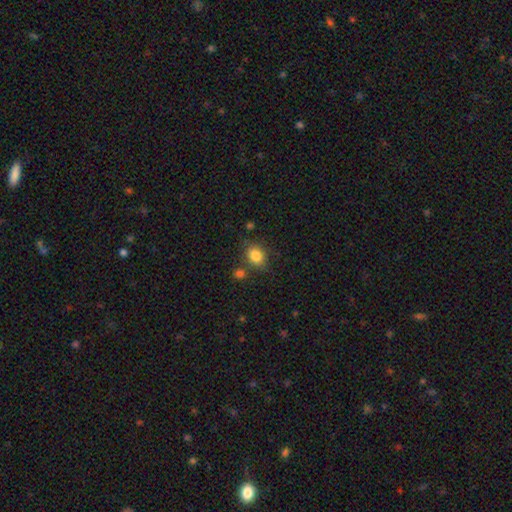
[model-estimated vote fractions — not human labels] A smooth galaxy with no disk features (84%) that is in between round and cigar-shaped (52%). Merging: none (73%).